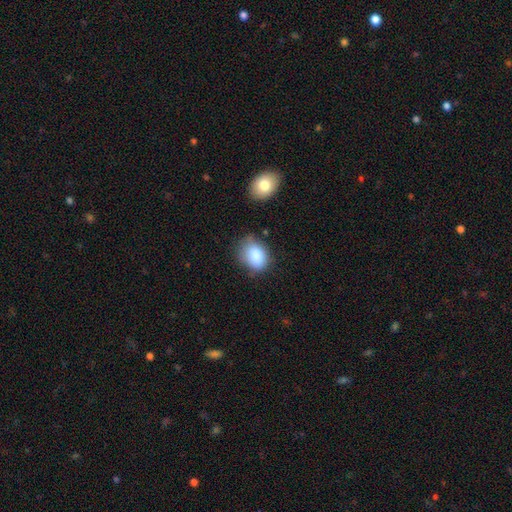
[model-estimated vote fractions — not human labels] smooth-or-featured: smooth: 86% | star or artifact: 8% | featured or disk: 6%
  how-rounded: in between: 70% | round: 29% | cigar-shaped: 1%
  merging: none: 60% | minor disturbance: 28% | major disturbance: 7% | merger: 5%